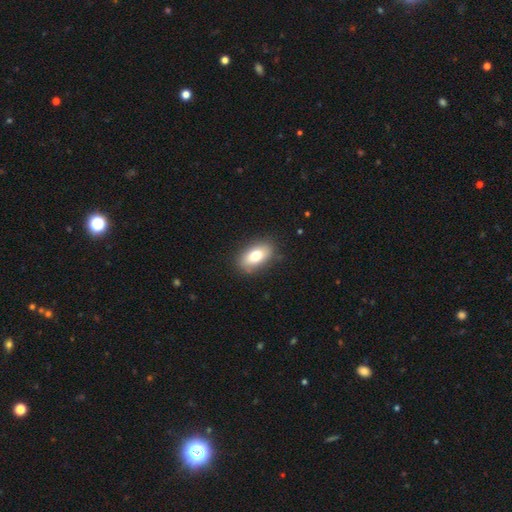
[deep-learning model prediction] Smooth or featured: smooth — 76% (featured or disk — 16%)
How rounded: in between — 88% (round — 9%)
Merging: none — 85% (minor disturbance — 11%)